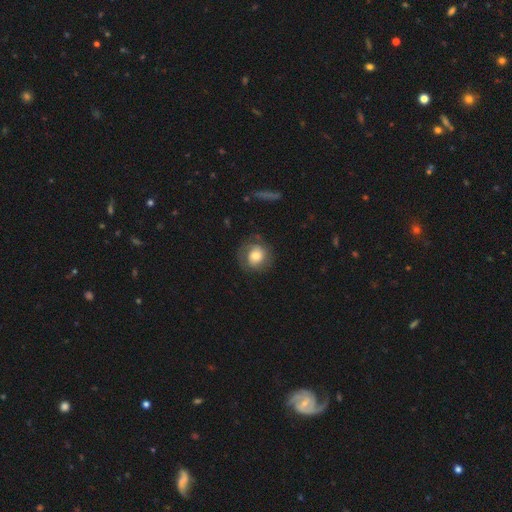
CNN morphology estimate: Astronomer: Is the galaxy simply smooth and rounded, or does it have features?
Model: smooth — 67%.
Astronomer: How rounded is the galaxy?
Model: round — 80%.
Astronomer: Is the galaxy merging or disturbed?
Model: none — 69%.